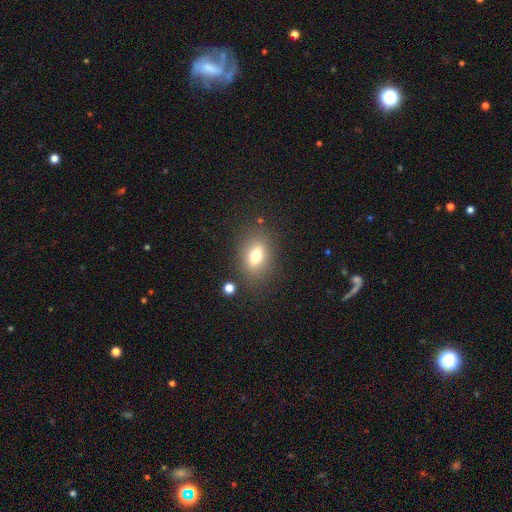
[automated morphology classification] This appears to be a smooth galaxy with no disk features (69%) that is in between round and cigar-shaped (75%). Merging: none (81%).